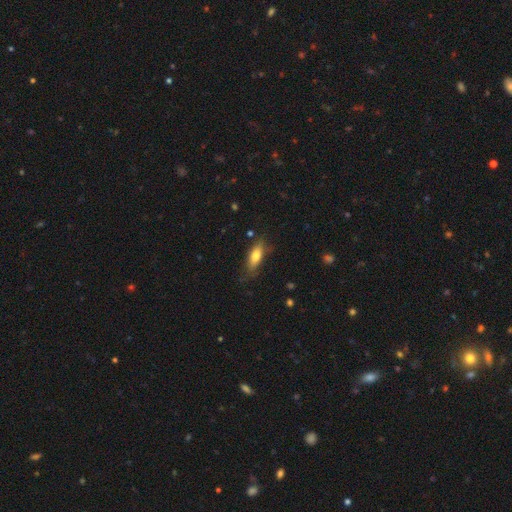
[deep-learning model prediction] Morphology: type=smooth (69%); roundness=in between (63%); merging=none (70%).